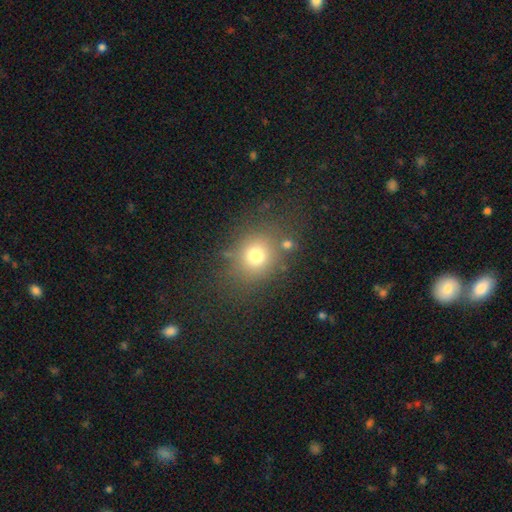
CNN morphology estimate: Q: Smooth or featured?
A: smooth (73%); runner-up: star or artifact (16%)
Q: How rounded?
A: round (77%); runner-up: in between (22%)
Q: Merging?
A: none (76%); runner-up: minor disturbance (12%)